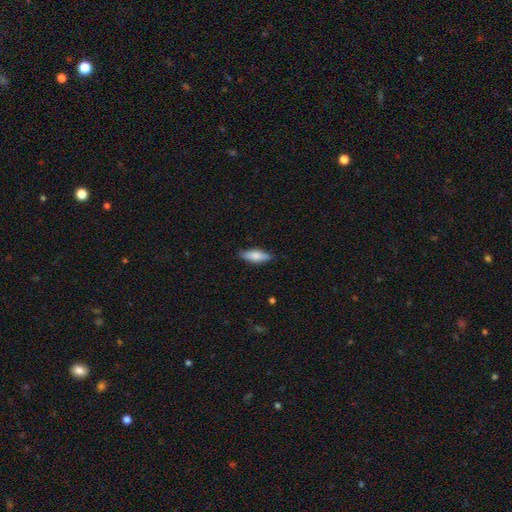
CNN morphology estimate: smooth_or_featured: smooth (p=0.75) [alt: featured or disk p=0.19]
how_rounded: in between (p=0.61) [alt: cigar-shaped p=0.37]
merging: none (p=0.85) [alt: minor disturbance p=0.12]